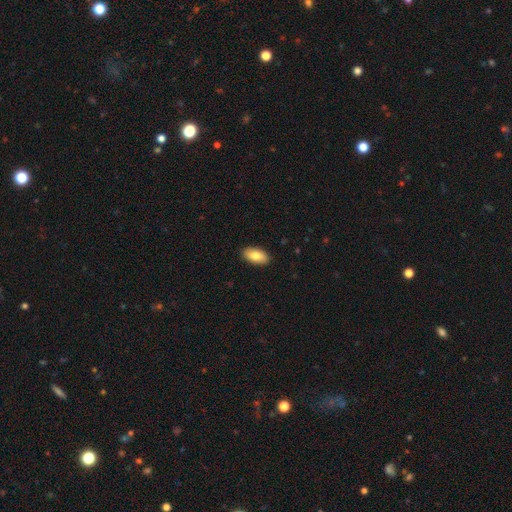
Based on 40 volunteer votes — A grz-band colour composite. It shows a smooth galaxy with no disk features (85%) that is in between round and cigar-shaped (88%). Merging: none (86%).